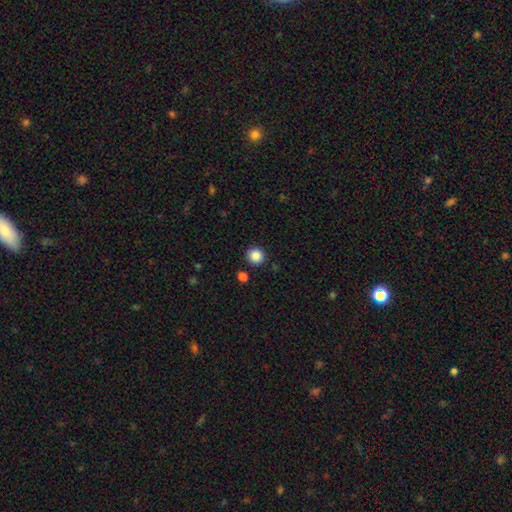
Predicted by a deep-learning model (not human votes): smooth 87%, star or artifact 9%, featured or disk 3%. Down the decision tree: how rounded — round (93%); merging — none (89%).